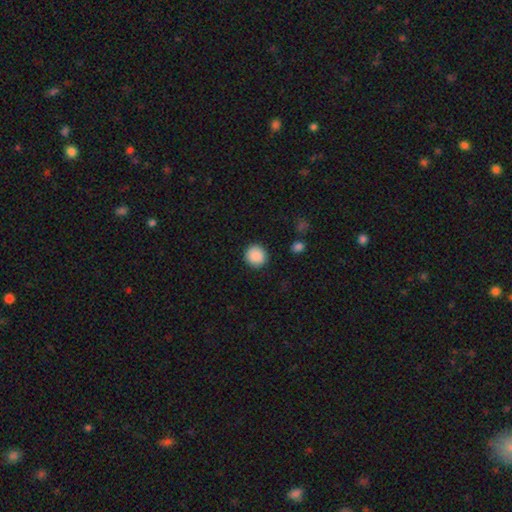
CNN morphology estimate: Q: Smooth or featured?
A: smooth (89%); runner-up: star or artifact (8%)
Q: How rounded?
A: round (93%); runner-up: in between (6%)
Q: Merging?
A: none (91%); runner-up: minor disturbance (6%)